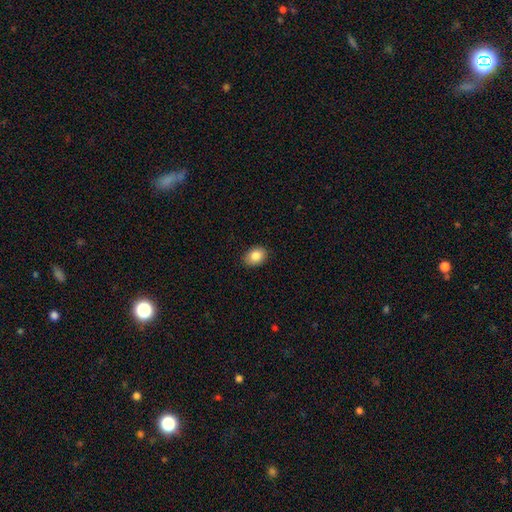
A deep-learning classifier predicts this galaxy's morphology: Q: Smooth or featured?
A: smooth (86%); runner-up: star or artifact (8%)
Q: How rounded?
A: in between (73%); runner-up: round (26%)
Q: Merging?
A: none (89%); runner-up: minor disturbance (8%)